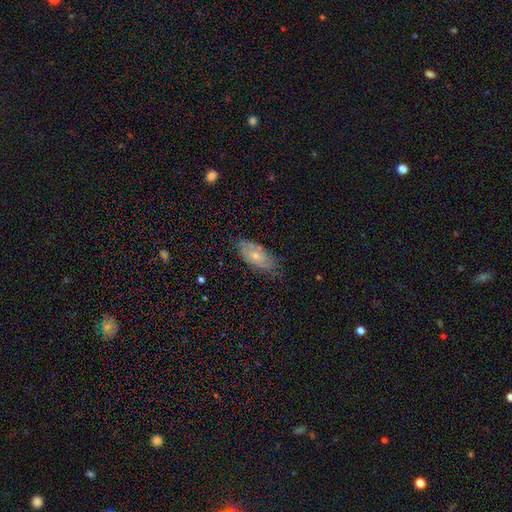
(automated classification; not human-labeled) smooth 46% (tied), featured or disk 46% (tied), star or artifact 8%. Down the decision tree: merging — none (70%).